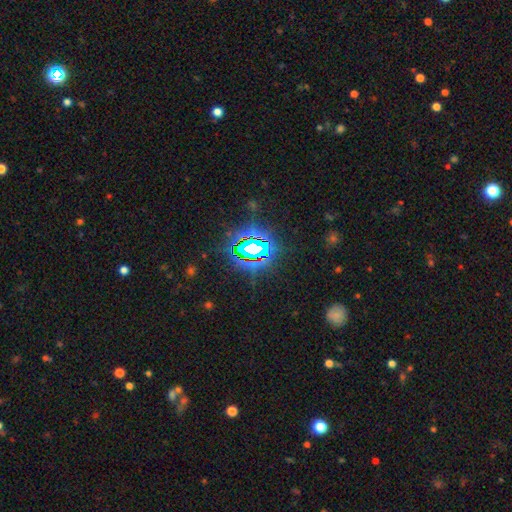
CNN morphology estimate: The model was most divided on "smooth or featured": star or artifact: 77%, smooth: 13%, featured or disk: 10%.